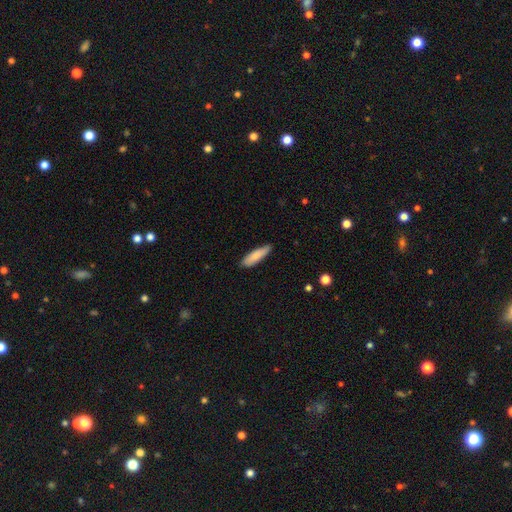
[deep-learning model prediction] Smooth or featured: smooth — 82% (featured or disk — 12%)
How rounded: cigar-shaped — 64% (in between — 35%)
Merging: none — 80% (minor disturbance — 17%)